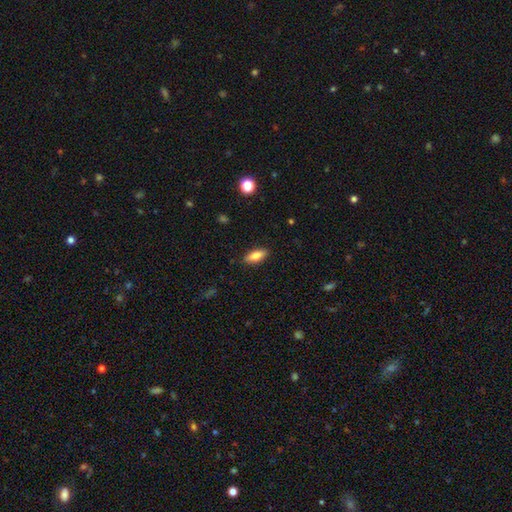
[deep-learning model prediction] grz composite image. It shows a smooth galaxy with no disk features (81%) that is in between round and cigar-shaped (77%). Merging: none (88%).